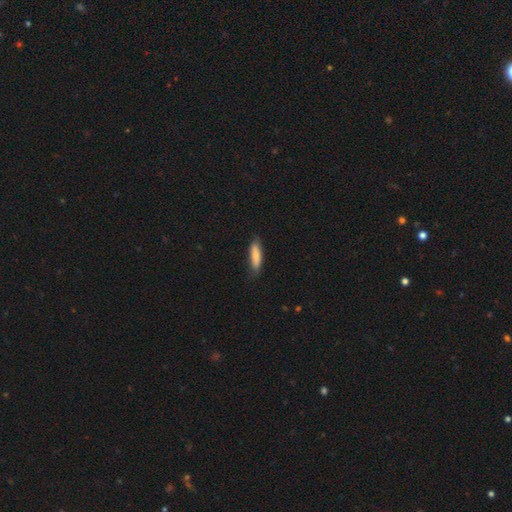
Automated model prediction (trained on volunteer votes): This is clearly a smooth galaxy (84%). How rounded: likely cigar-shaped (66%). Merging: likely none (79%).